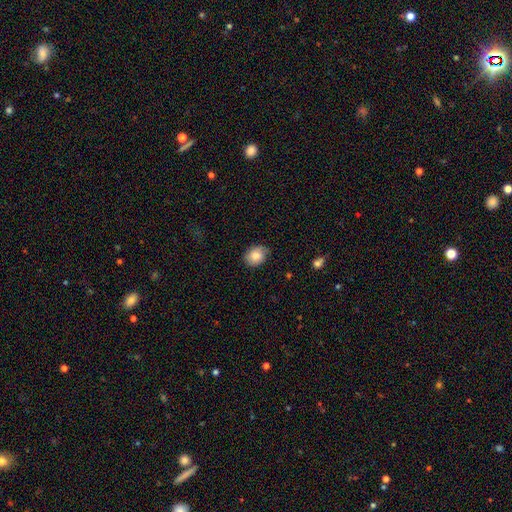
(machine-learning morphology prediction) smooth_or_featured: smooth (p=0.79) [alt: featured or disk p=0.13]
how_rounded: in between (p=0.51) [alt: round p=0.48]
merging: none (p=0.71) [alt: minor disturbance p=0.24]